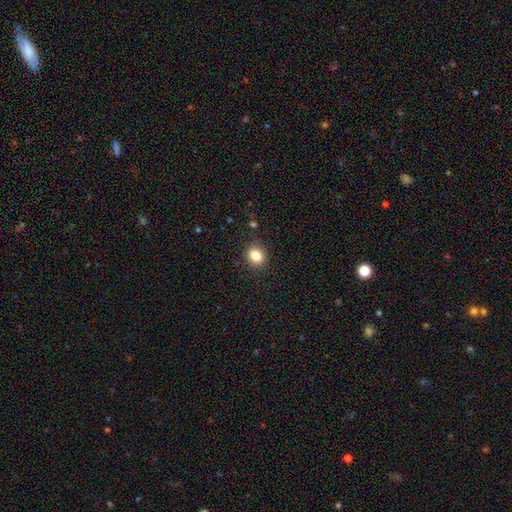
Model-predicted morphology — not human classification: smooth_or_featured: smooth (p=0.83) [alt: star or artifact p=0.11]
how_rounded: round (p=0.64) [alt: in between p=0.35]
merging: none (p=0.88) [alt: minor disturbance p=0.08]